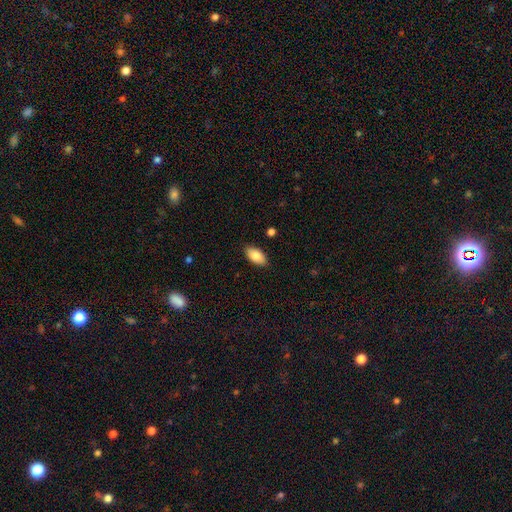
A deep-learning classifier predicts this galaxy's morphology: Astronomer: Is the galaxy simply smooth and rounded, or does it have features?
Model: smooth — 84%.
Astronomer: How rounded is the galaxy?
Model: in between — 93%.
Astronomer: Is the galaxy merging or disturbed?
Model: none — 88%.